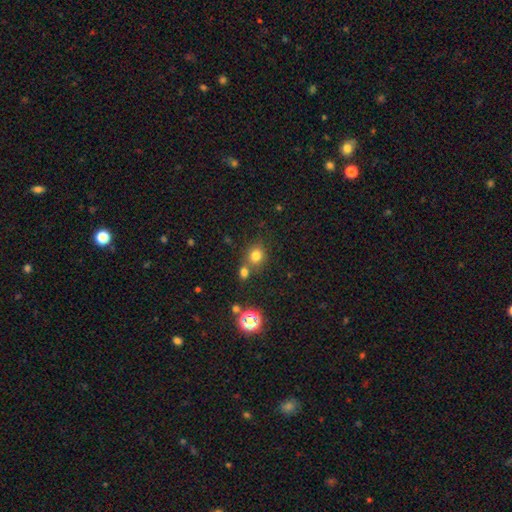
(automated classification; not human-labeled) Smooth or featured? smooth (77%)
How rounded? round (79%)
Merging? none (62%)